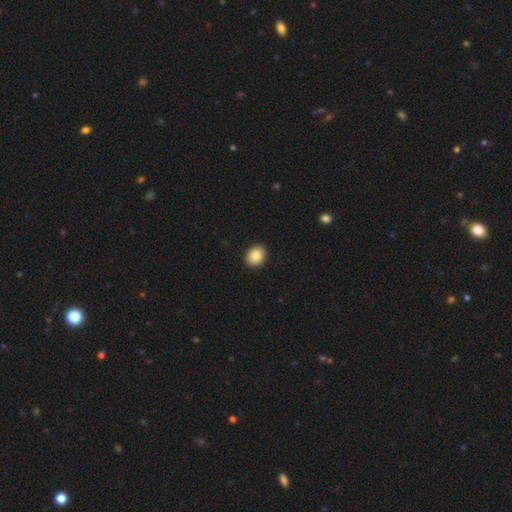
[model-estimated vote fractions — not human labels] Smooth or featured? smooth (87%)
How rounded? round (58%)
Merging? none (92%)